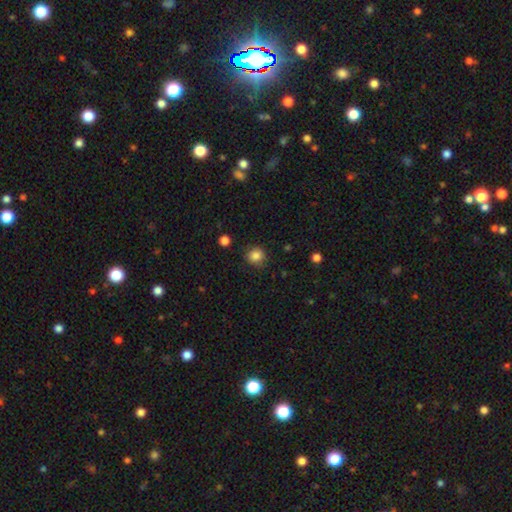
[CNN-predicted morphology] Q: Smooth or featured?
A: smooth (85%); runner-up: star or artifact (11%)
Q: How rounded?
A: round (90%); runner-up: in between (9%)
Q: Merging?
A: none (86%); runner-up: minor disturbance (9%)